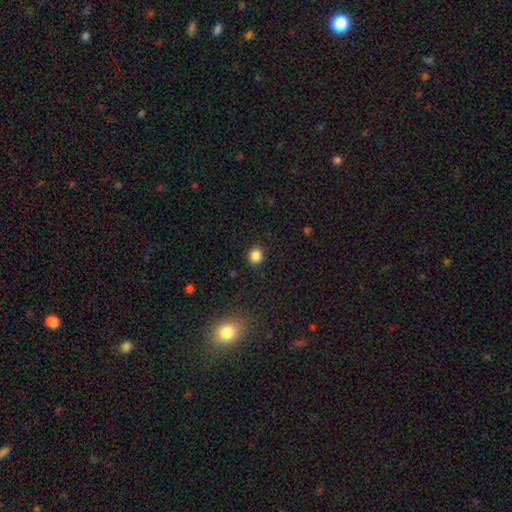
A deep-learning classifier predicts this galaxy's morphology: The model was most divided on "smooth or featured": smooth: 85%, star or artifact: 12%, featured or disk: 3%. More confident: merging — none (89%); how rounded — round (88%).